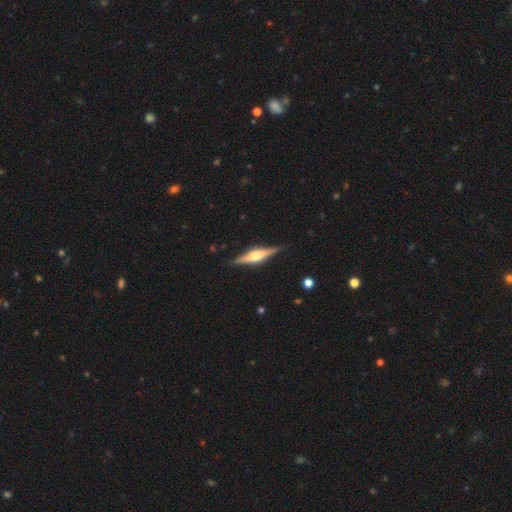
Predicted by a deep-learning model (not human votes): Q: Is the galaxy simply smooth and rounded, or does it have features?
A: featured or disk — 78%.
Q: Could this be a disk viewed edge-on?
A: yes — 98%.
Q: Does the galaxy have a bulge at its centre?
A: rounded — 86%.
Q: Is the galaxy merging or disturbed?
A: none — 89%.